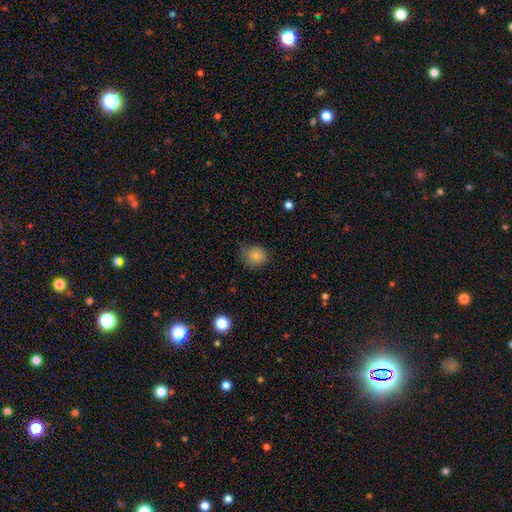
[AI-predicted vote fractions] The model was most divided on "how rounded": round: 70%, in between: 29%, cigar-shaped: 1%. More confident: smooth or featured — smooth (85%); merging — none (67%).